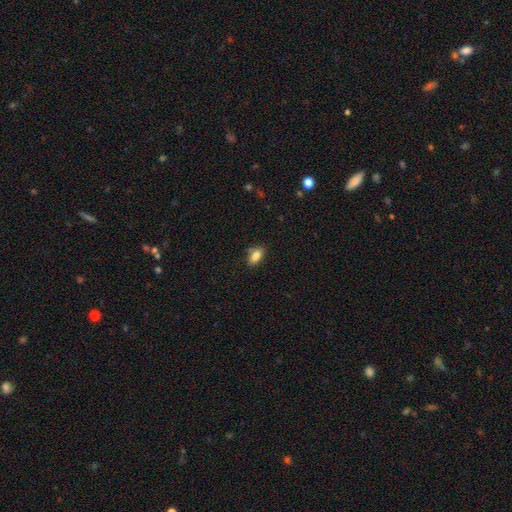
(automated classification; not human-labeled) A smooth galaxy with no disk features (85%) that is in between round and cigar-shaped (89%). Merging: none (76%).